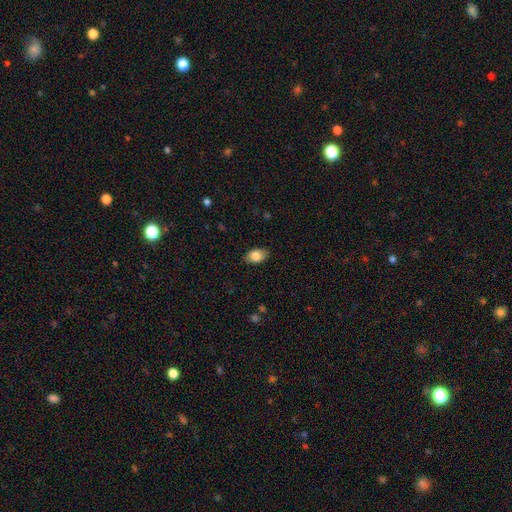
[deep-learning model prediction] smooth-or-featured: smooth: 85% | featured or disk: 8% | star or artifact: 7%
  how-rounded: in between: 89% | round: 10% | cigar-shaped: 2%
  merging: none: 85% | minor disturbance: 11% | major disturbance: 3% | merger: 1%